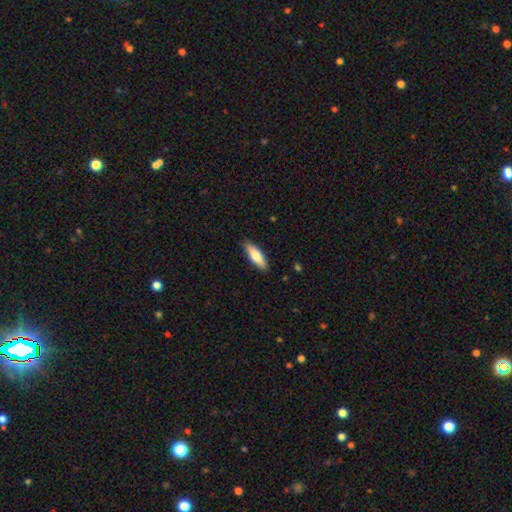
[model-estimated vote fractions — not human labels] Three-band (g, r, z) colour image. It shows a smooth galaxy with no disk features (75%) that is in between round and cigar-shaped (51%). Merging: none (88%).